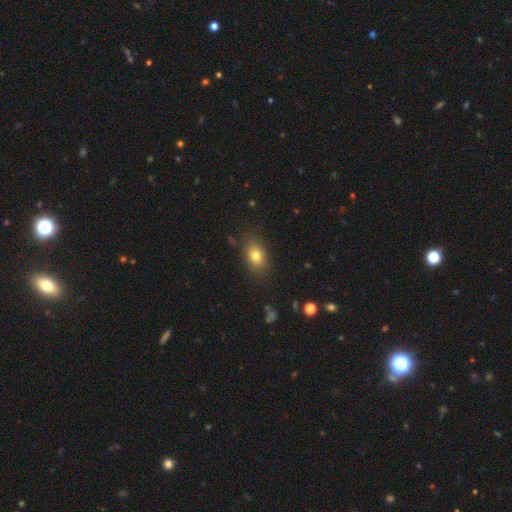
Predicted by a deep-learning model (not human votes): A smooth galaxy with no disk features (79%) that is in between round and cigar-shaped (77%). Merging: none (84%).